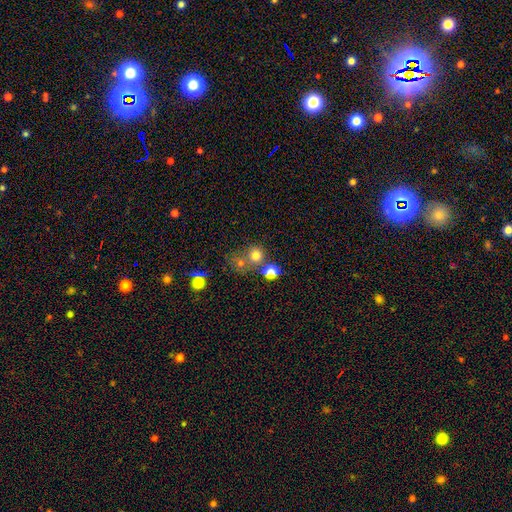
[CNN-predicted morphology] Smooth or featured? smooth (71%)
How rounded? round (86%)
Merging? none (57%)